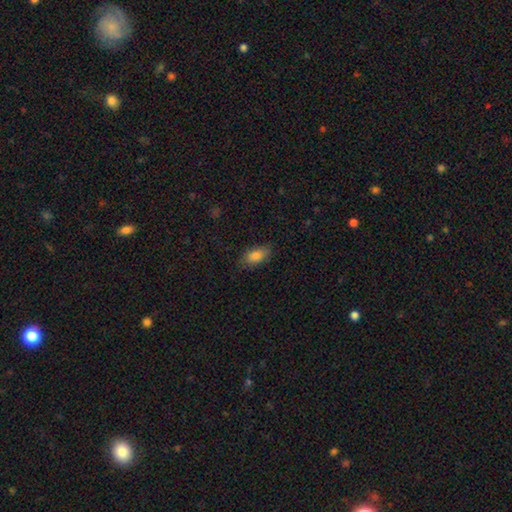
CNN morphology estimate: Q: Smooth or featured?
A: smooth (84%); runner-up: featured or disk (8%)
Q: How rounded?
A: in between (90%); runner-up: cigar-shaped (6%)
Q: Merging?
A: none (81%); runner-up: minor disturbance (15%)